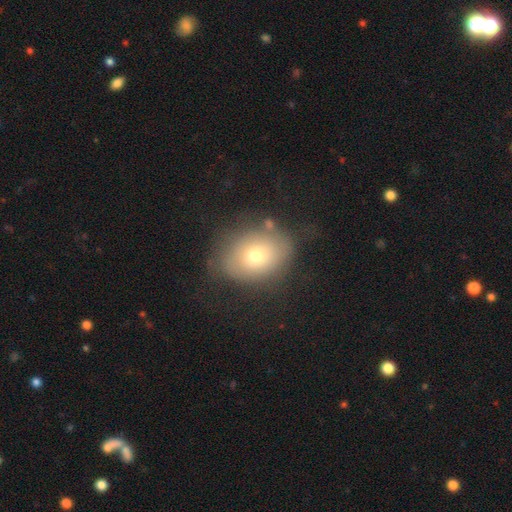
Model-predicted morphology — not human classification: type=smooth (68%); roundness=in between (54%); merging=none (68%).